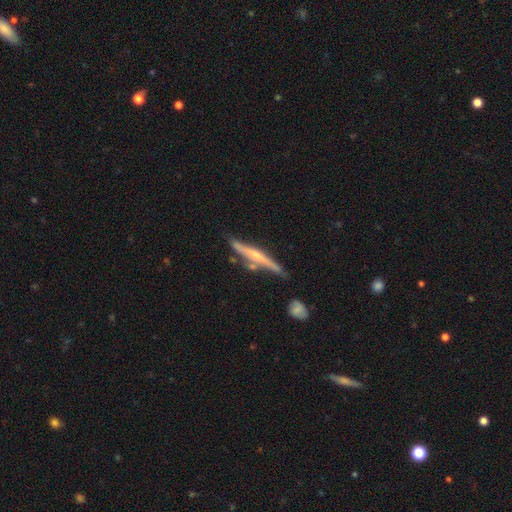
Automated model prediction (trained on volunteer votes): smooth_or_featured: featured or disk (p=0.69) [alt: smooth p=0.25]
disk_edge_on: yes (p=0.95) [alt: no p=0.05]
edge_on_bulge: rounded (p=0.65) [alt: none p=0.26]
merging: none (p=0.68) [alt: minor disturbance p=0.18]